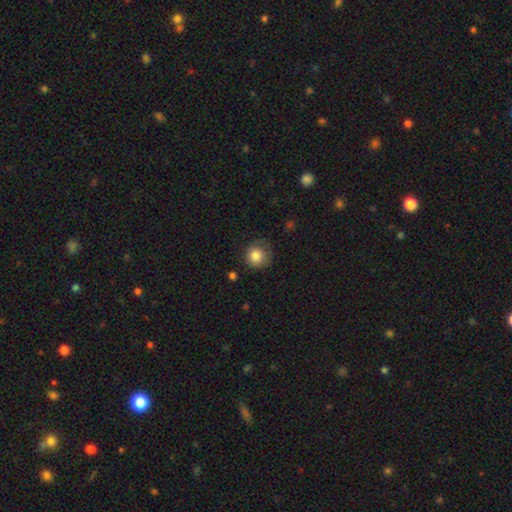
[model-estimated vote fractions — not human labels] The model was most divided on "merging": none: 66%, minor disturbance: 23%, major disturbance: 9%, merger: 2%. More confident: how rounded — round (92%); smooth or featured — smooth (82%).